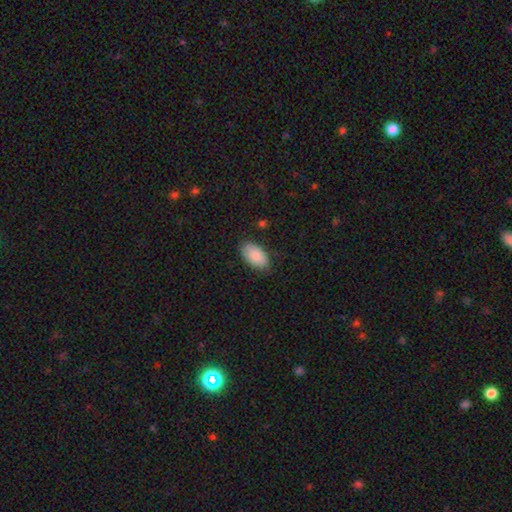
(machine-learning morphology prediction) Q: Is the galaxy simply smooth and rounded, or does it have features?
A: smooth — 86%.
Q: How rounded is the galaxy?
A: in between — 95%.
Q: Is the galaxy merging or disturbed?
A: none — 82%.